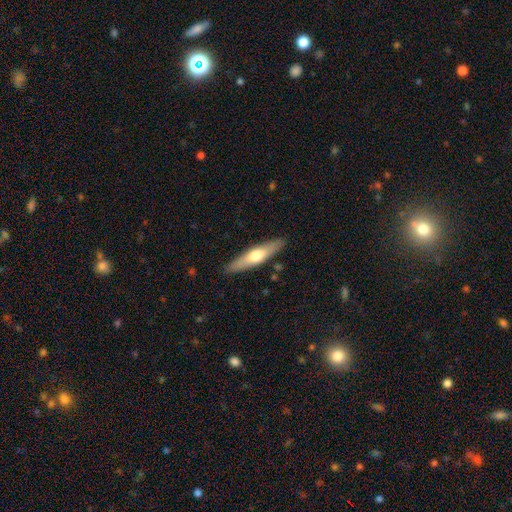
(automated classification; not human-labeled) Smooth or featured? Predicted: smooth (p=0.52). How rounded? Predicted: cigar-shaped (p=0.79). Merging? Predicted: none (p=0.88).